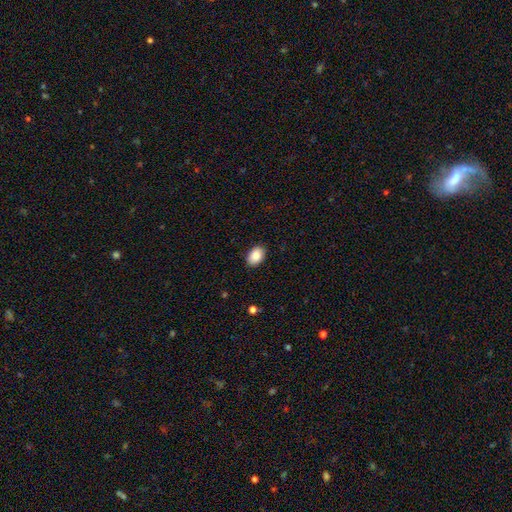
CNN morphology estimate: smooth 89%, star or artifact 7%, featured or disk 4%. Down the decision tree: how rounded — in between (85%); merging — none (88%).